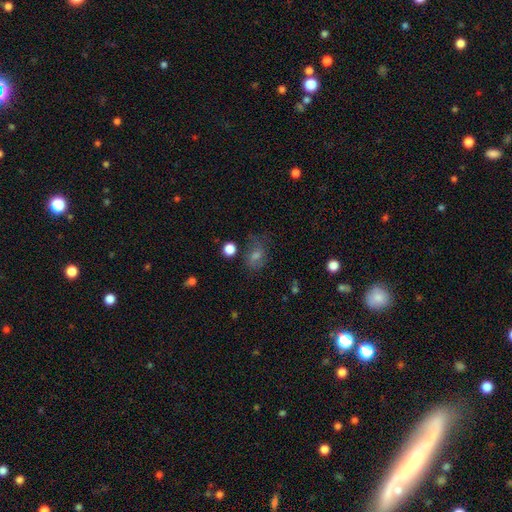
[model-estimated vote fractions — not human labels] Q: Smooth or featured?
A: smooth (41%); runner-up: featured or disk (33%)
Q: Merging?
A: none (65%); runner-up: minor disturbance (19%)